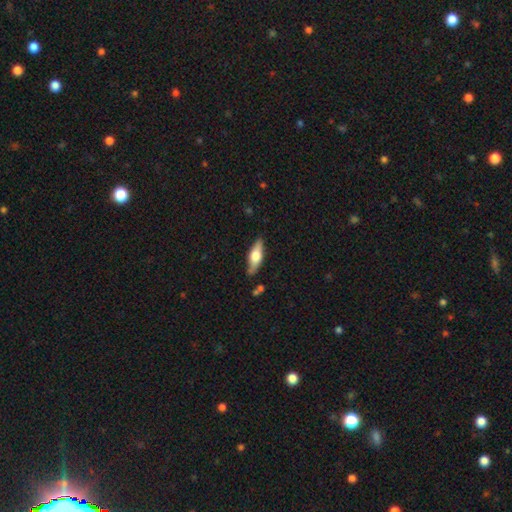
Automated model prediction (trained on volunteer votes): Smooth or featured?
  - smooth: 55% *
  - featured or disk: 40%
  - star or artifact: 6%
How rounded?
  - in between: 57% *
  - cigar-shaped: 41%
  - round: 3%
Merging?
  - none: 82% *
  - minor disturbance: 13%
  - major disturbance: 2%
  - merger: 2%